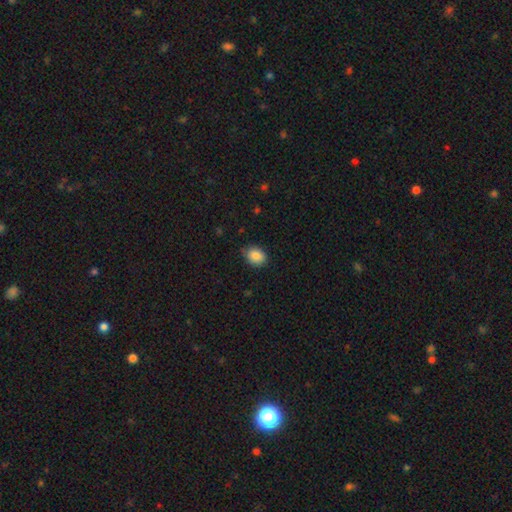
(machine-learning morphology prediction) The model was most divided on "how rounded": in between: 63%, round: 36%, cigar-shaped: 1%. More confident: smooth or featured — smooth (88%); merging — none (77%).